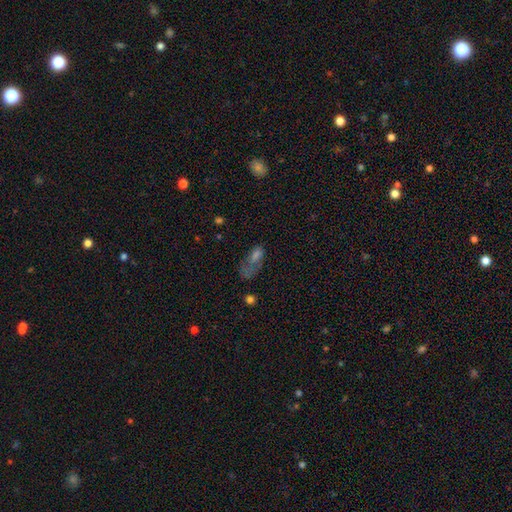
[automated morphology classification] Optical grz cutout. It shows a smooth galaxy with no disk features (50%). Merging: major disturbance (43%).